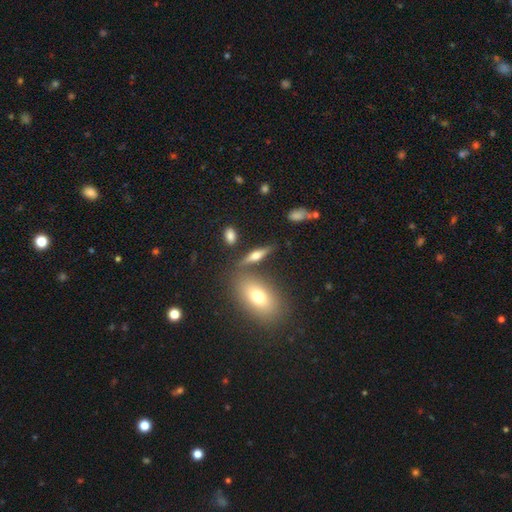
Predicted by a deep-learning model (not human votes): Morphology: type=featured or disk (54%); edge-on=yes (90%); merging=none (73%).